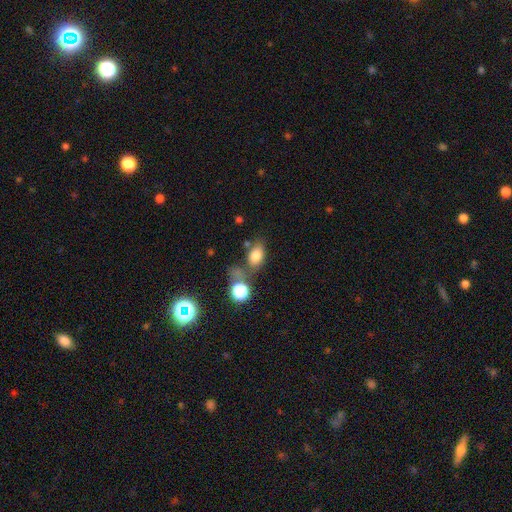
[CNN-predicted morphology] This is likely a smooth galaxy (78%). How rounded: clearly in between (81%). Merging: possibly none (51%).